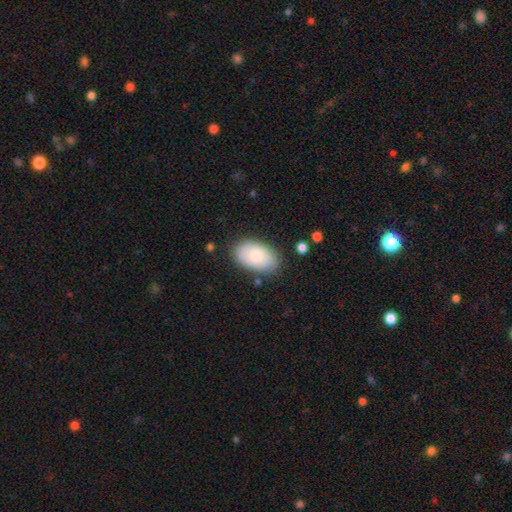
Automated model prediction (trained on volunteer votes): This appears to be a smooth galaxy with no disk features (81%) that is in between round and cigar-shaped (95%). Merging: none (81%).